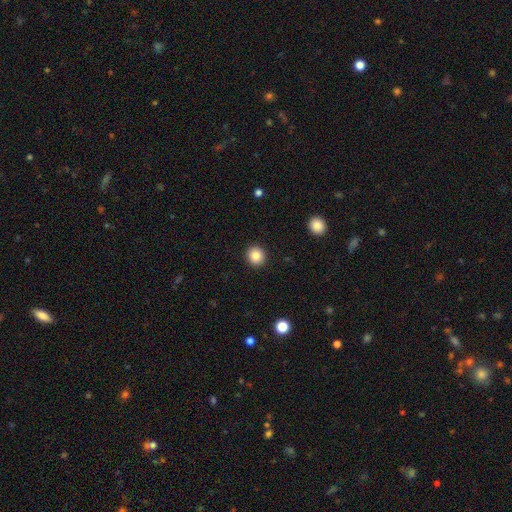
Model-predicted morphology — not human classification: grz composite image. It shows a smooth galaxy with no disk features (84%) that is round (87%). Merging: none (93%).